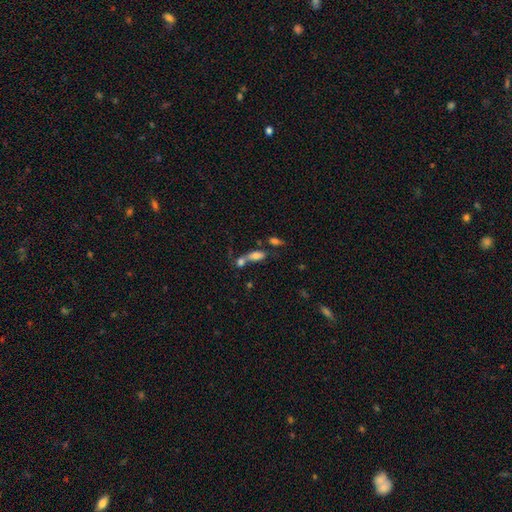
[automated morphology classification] The model was most divided on "merging": merger: 51%, none: 31%, minor disturbance: 11%, major disturbance: 7%. More confident: how rounded — in between (81%); smooth or featured — smooth (73%).